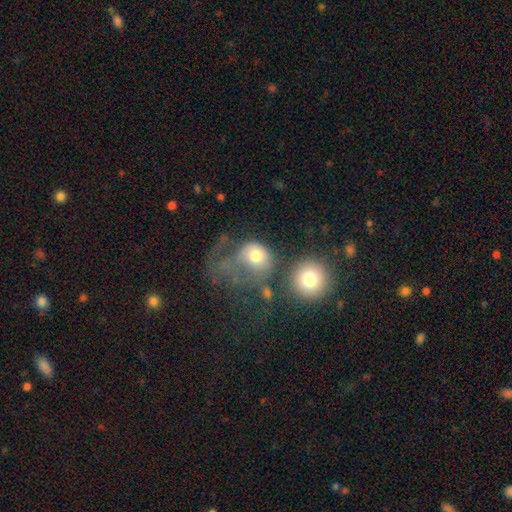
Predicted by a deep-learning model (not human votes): Smooth or featured?
  - smooth: 64% *
  - featured or disk: 25%
  - star or artifact: 11%
How rounded?
  - round: 69% *
  - in between: 30%
  - cigar-shaped: 1%
Merging?
  - major disturbance: 49% *
  - merger: 23%
  - none: 17%
  - minor disturbance: 12%